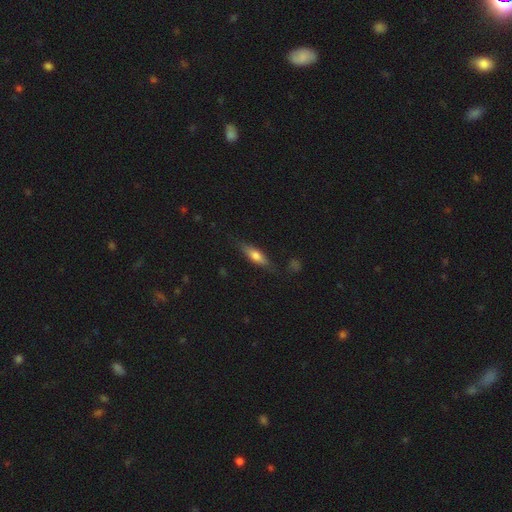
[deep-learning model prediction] smooth 58%, featured or disk 36%, star or artifact 6%. Down the decision tree: how rounded — cigar-shaped (57%); merging — none (79%).